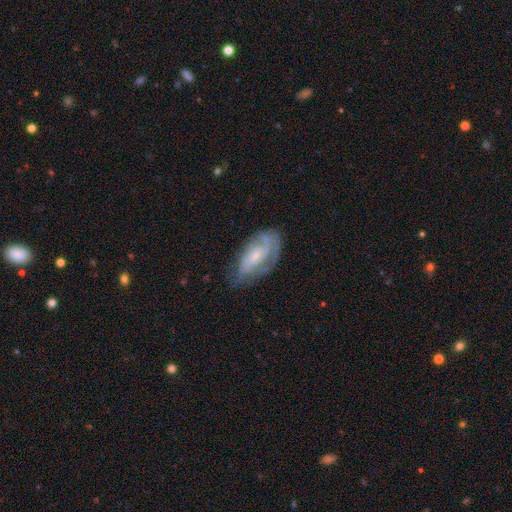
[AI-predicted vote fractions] Overall: featured or disk (65%; smooth 28%). Edge-on disk: no (92%). Bar: no (62%; weak 30%). Spiral arms: yes (78%). Bulge size: small (63%; moderate 28%). Merging: none (62%; minor disturbance 25%).